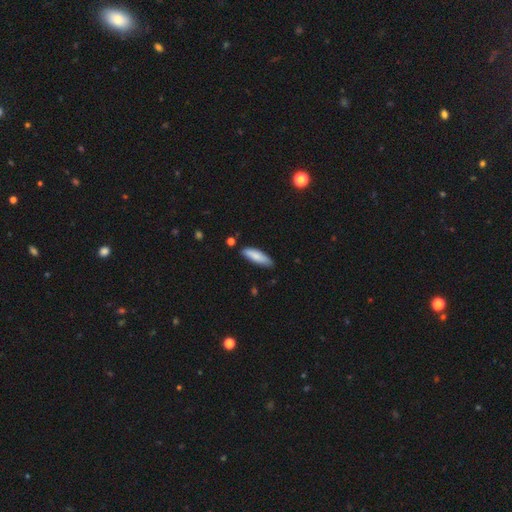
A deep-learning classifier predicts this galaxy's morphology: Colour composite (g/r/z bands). It shows a smooth galaxy with no disk features (82%) that is cigar-shaped (55%). Merging: none (78%).